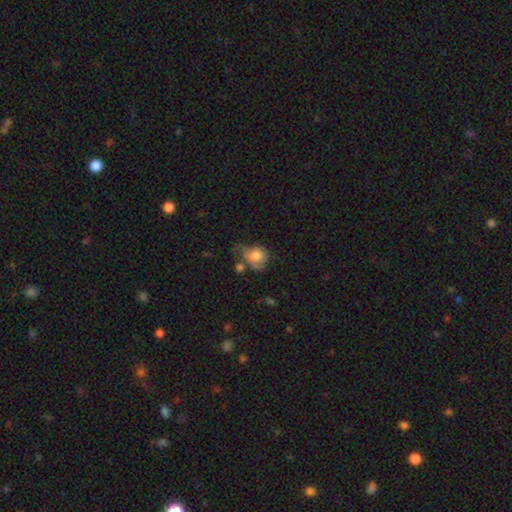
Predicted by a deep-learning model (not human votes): Overall: smooth (74%). How rounded: round (60%; in between 39%). Merging: minor disturbance (31%; none 29%).